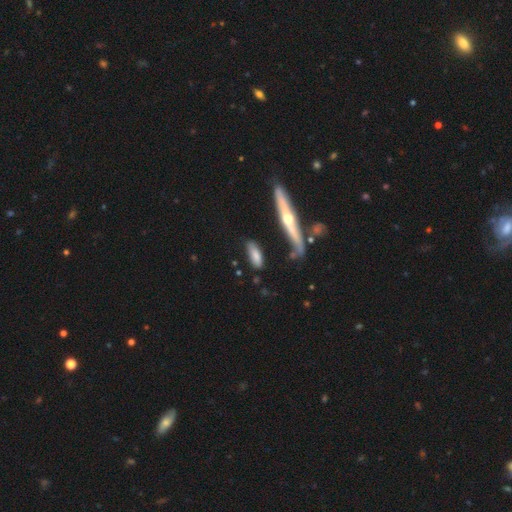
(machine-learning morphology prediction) type=smooth (70%); roundness=in between (63%); merging=none (71%).